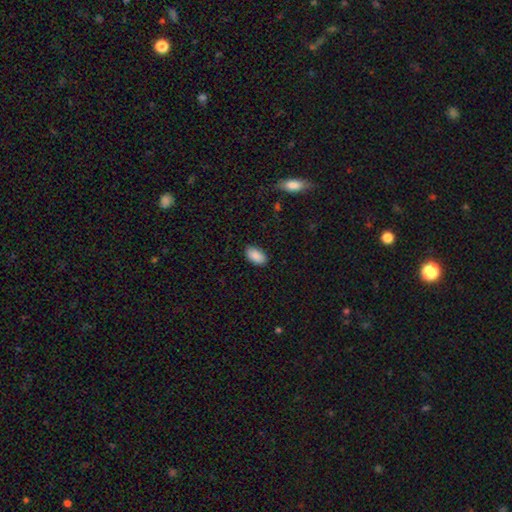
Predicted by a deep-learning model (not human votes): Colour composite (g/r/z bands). It shows a smooth galaxy with no disk features (88%) that is in between round and cigar-shaped (95%). Merging: none (88%).